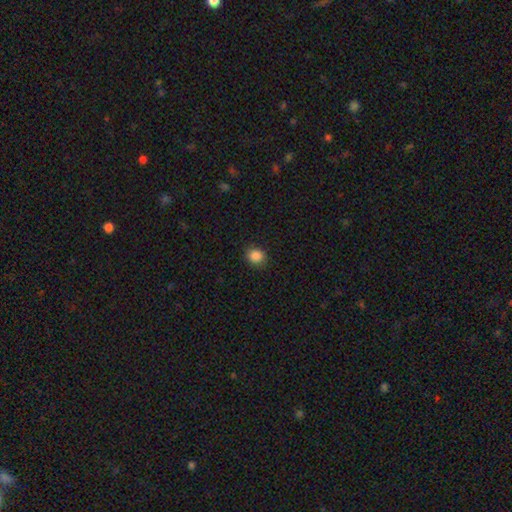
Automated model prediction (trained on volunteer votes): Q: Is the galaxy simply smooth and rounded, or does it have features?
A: smooth — 86%.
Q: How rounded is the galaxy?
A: round — 71%.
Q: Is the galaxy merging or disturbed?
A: none — 89%.